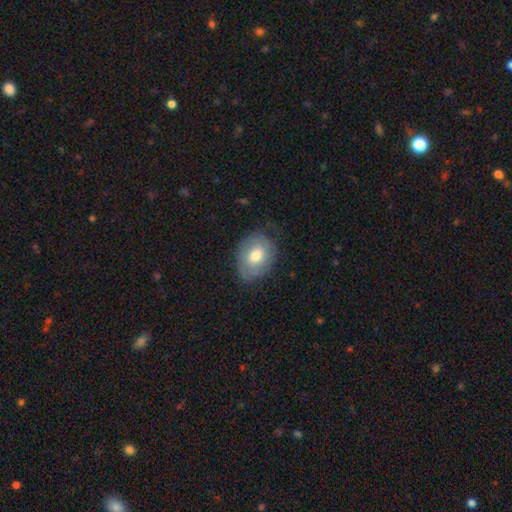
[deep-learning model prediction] A smooth galaxy with no disk features (58%) that is in between round and cigar-shaped (58%).

Vote fractions:
- Smooth or featured? smooth: 58% / featured or disk: 35% / star or artifact: 7%
- How rounded? in between: 58% / round: 41% / cigar-shaped: 1%
- Merging? none: 66% / minor disturbance: 24% / major disturbance: 8% / merger: 1%